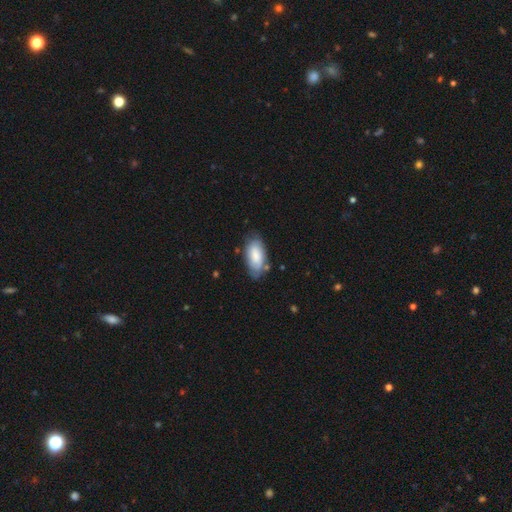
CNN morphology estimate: This appears to be a smooth galaxy with no disk features (70%) that is in between round and cigar-shaped (92%). Merging: none (69%).